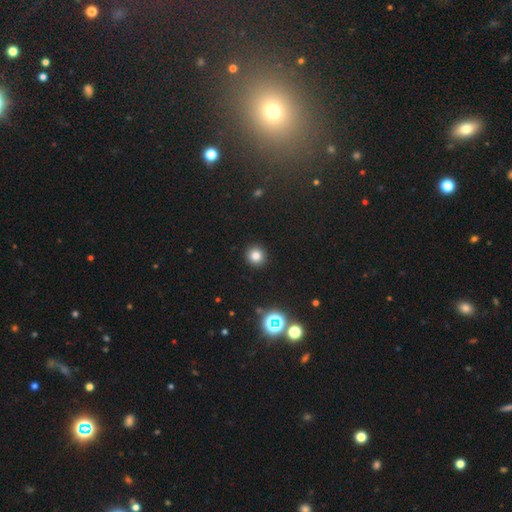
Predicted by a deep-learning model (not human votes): Morphology: type=smooth (80%); roundness=round (93%); merging=none (92%).